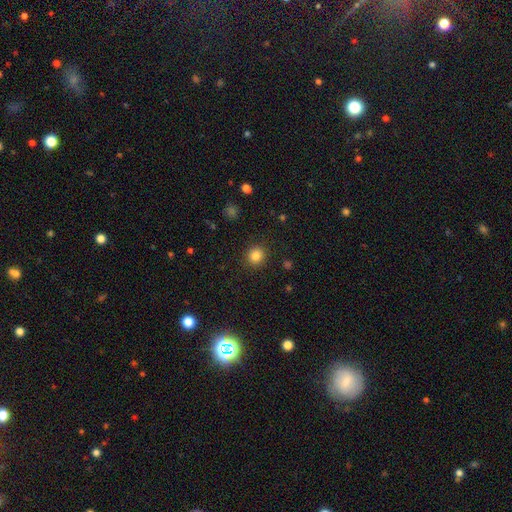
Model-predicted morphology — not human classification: A smooth galaxy with no disk features (83%) that is round (90%).

Vote fractions:
- Smooth or featured? smooth: 83% / star or artifact: 12% / featured or disk: 5%
- How rounded? round: 90% / in between: 9% / cigar-shaped: 1%
- Merging? none: 91% / minor disturbance: 6% / major disturbance: 2% / merger: 1%